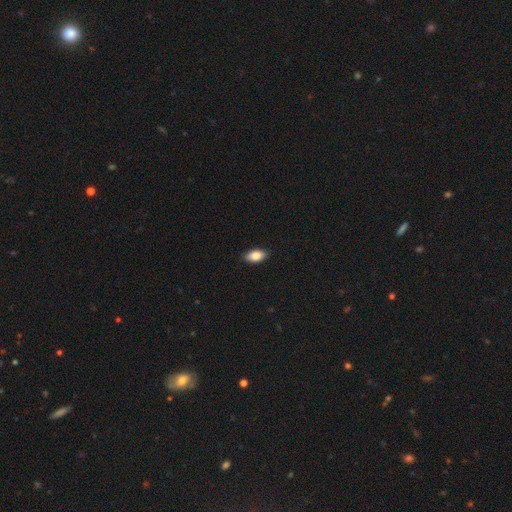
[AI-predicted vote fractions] Morphology: type=smooth (87%); roundness=in between (92%); merging=none (88%).